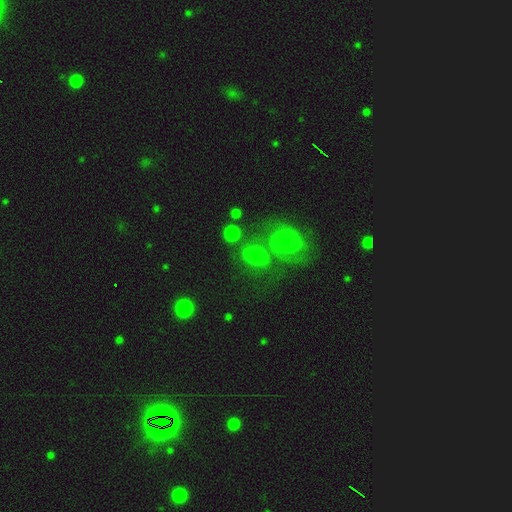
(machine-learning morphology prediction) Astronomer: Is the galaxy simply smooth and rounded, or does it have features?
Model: smooth — 56%.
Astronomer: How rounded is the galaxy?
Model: round — 56% (runner-up: in between, 42%).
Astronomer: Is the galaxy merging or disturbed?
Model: none — 47% (runner-up: merger, 32%).